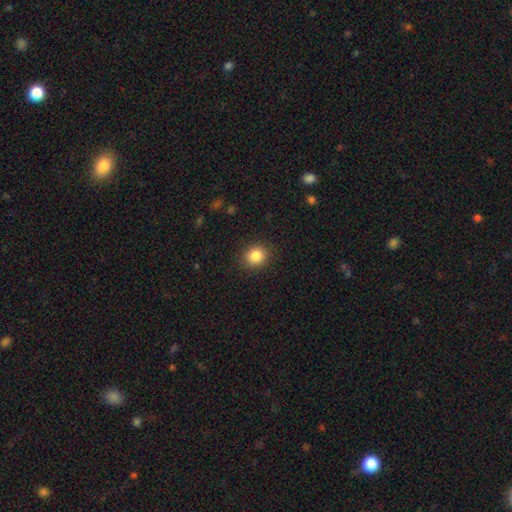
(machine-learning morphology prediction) Smooth or featured?
  - smooth: 85% *
  - star or artifact: 10%
  - featured or disk: 5%
How rounded?
  - round: 75% *
  - in between: 24%
  - cigar-shaped: 1%
Merging?
  - none: 89% *
  - minor disturbance: 8%
  - major disturbance: 2%
  - merger: 1%